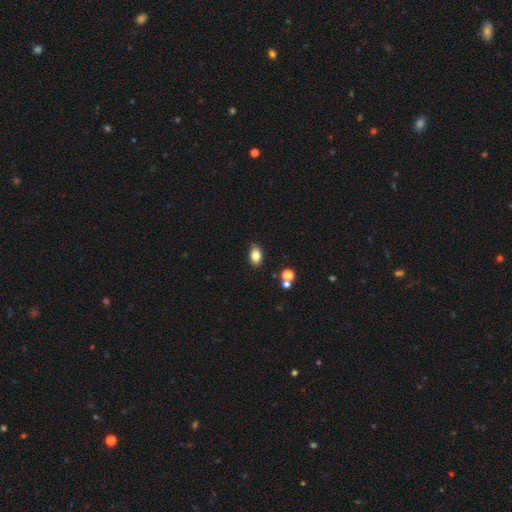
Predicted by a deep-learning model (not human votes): smooth-or-featured: smooth: 83% | star or artifact: 10% | featured or disk: 7%
  how-rounded: in between: 83% | round: 16% | cigar-shaped: 1%
  merging: none: 84% | minor disturbance: 11% | merger: 3% | major disturbance: 2%